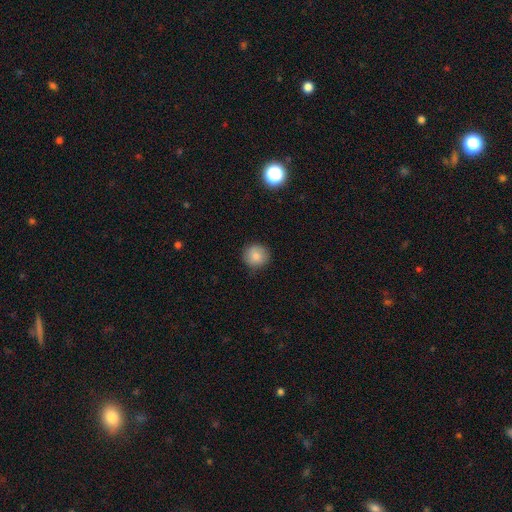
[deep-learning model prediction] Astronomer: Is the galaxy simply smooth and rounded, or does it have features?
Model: smooth — 83%.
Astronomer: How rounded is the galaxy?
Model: round — 93%.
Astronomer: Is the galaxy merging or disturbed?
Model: none — 85%.